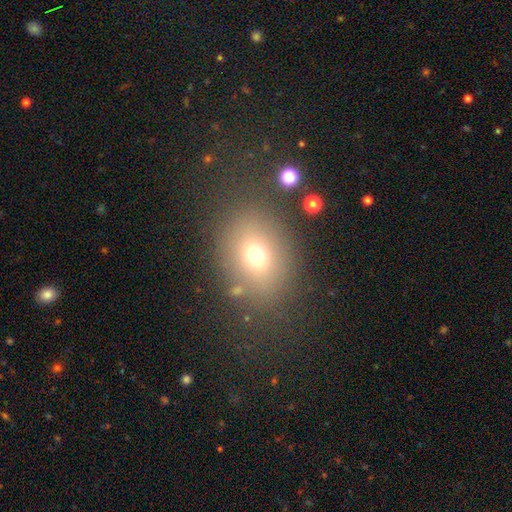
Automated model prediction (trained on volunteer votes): Morphology: type=smooth (70%); roundness=in between (53%); merging=none (77%).